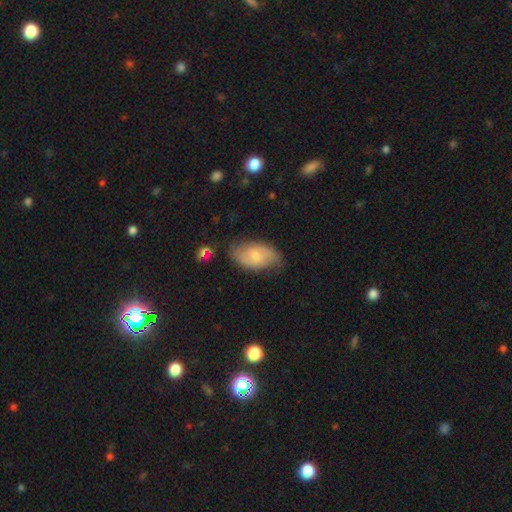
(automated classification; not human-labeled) A smooth galaxy with no disk features (49%). Merging: none (70%).